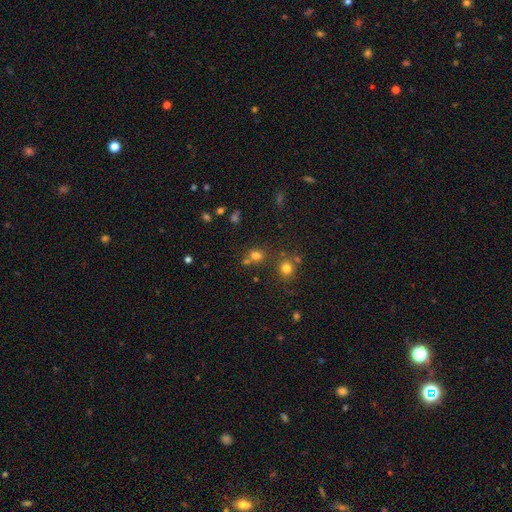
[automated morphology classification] smooth 72%, star or artifact 20%, featured or disk 8%. Down the decision tree: how rounded — round (74%); merging — none (62%).